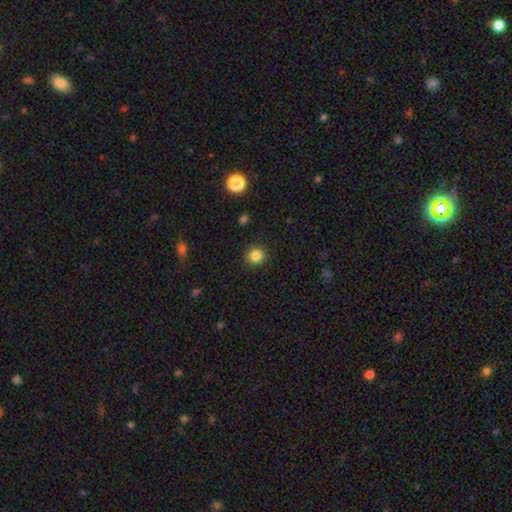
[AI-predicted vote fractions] A smooth galaxy with no disk features (84%) that is round (90%). Merging: none (90%).